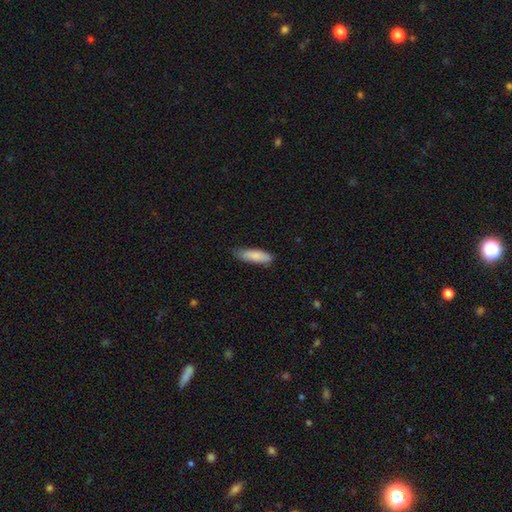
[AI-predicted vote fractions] The model was most divided on "how rounded": cigar-shaped: 51%, in between: 47%, round: 2%. More confident: smooth or featured — smooth (85%); merging — none (72%).